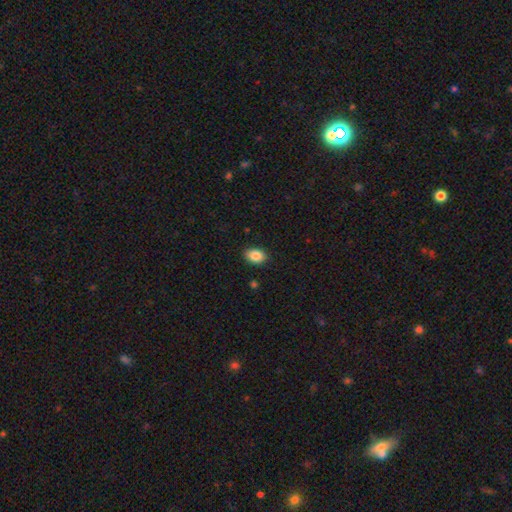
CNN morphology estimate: Smooth or featured: smooth — 87% (star or artifact — 8%)
How rounded: in between — 76% (round — 23%)
Merging: none — 88% (minor disturbance — 9%)